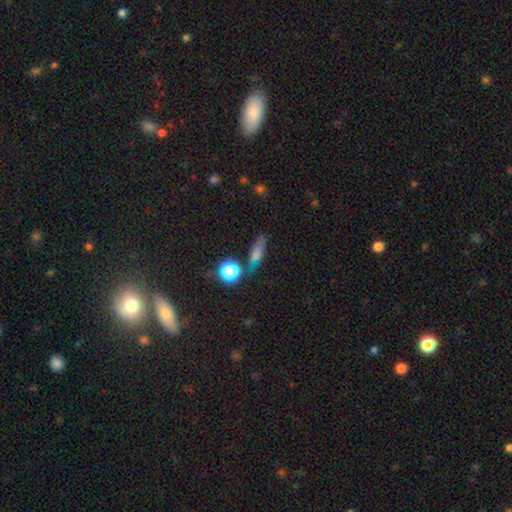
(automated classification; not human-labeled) A smooth galaxy with no disk features (64%) that is cigar-shaped (52%). Merging: none (71%).